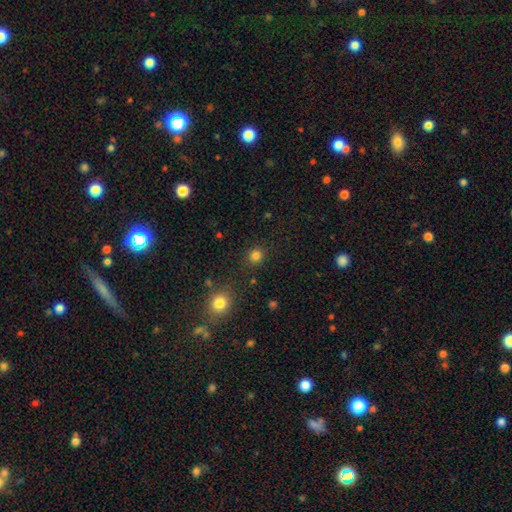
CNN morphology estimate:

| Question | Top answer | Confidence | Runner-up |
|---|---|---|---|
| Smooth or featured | smooth | 82% | star or artifact (14%) |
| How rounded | round | 85% | in between (14%) |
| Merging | none | 87% | minor disturbance (7%) |